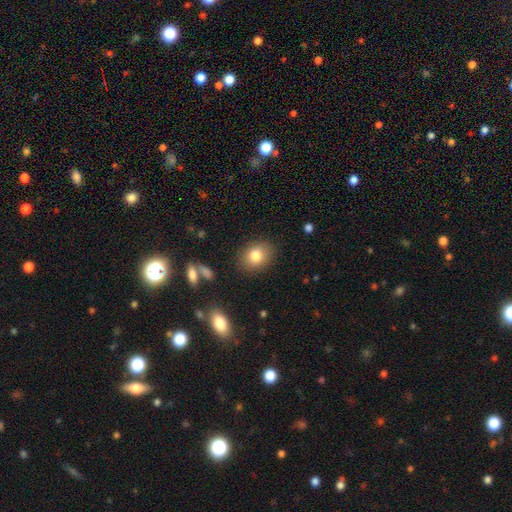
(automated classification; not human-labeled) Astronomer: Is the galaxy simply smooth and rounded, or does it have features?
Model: smooth — 81%.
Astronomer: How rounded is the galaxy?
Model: in between — 50% (runner-up: round, 49%).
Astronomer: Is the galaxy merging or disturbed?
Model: none — 84%.